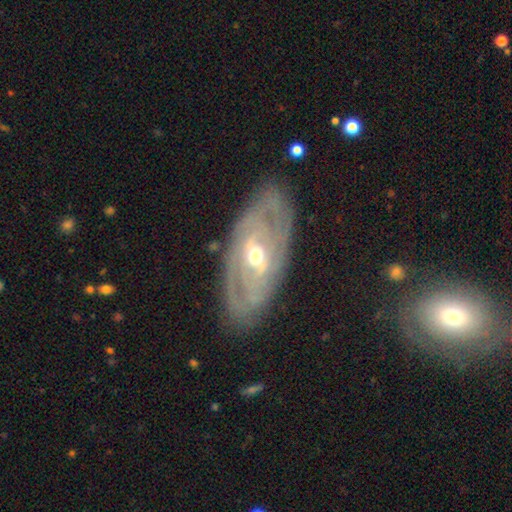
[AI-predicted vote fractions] smooth_or_featured: featured or disk (p=0.84) [alt: smooth p=0.12]
disk_edge_on: no (p=0.89) [alt: yes p=0.11]
bar: no (p=0.41) [alt: weak p=0.39]
has_spiral_arms: yes (p=0.82) [alt: no p=0.18]
spiral_winding: tight (p=0.73) [alt: medium p=0.21]
spiral_arm_count: can't tell (p=0.43) [alt: 2 p=0.31]
bulge_size: moderate (p=0.64) [alt: small p=0.31]
merging: none (p=0.82) [alt: minor disturbance p=0.13]